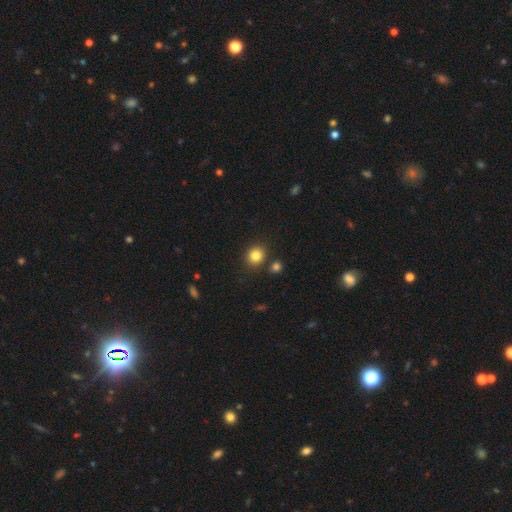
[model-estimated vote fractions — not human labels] smooth_or_featured: smooth (p=0.83) [alt: star or artifact p=0.11]
how_rounded: round (p=0.81) [alt: in between p=0.19]
merging: none (p=0.82) [alt: minor disturbance p=0.08]